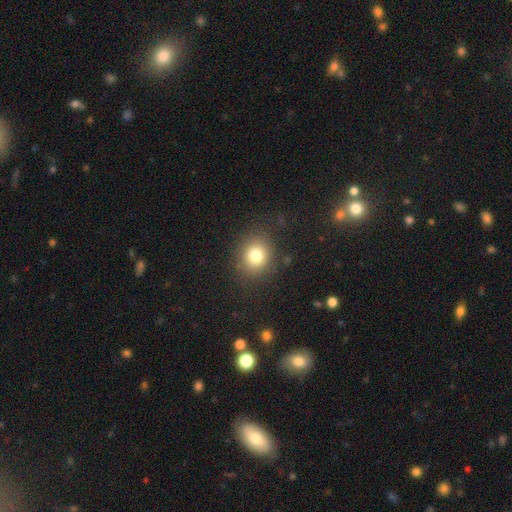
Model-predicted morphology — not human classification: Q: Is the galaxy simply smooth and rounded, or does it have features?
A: smooth — 79%.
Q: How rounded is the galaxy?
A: round — 76%.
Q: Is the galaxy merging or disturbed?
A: none — 86%.